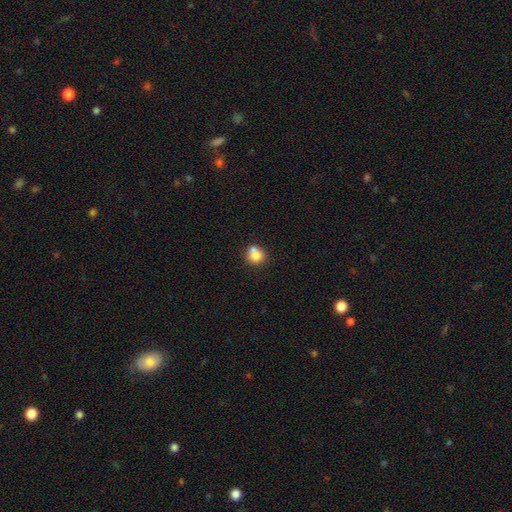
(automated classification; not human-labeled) This is likely a smooth galaxy (78%). How rounded: likely round (79%). Merging: possibly none (47%).